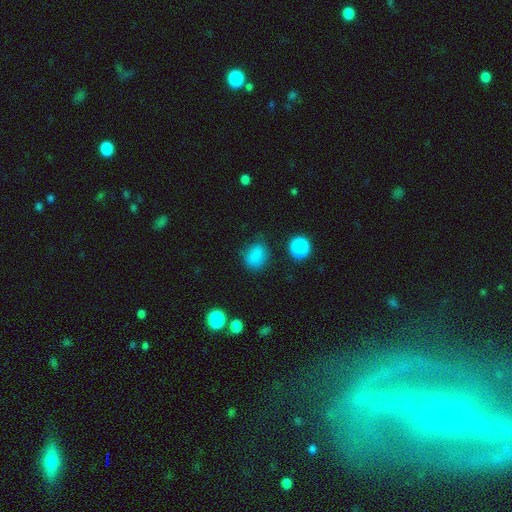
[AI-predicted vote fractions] A smooth galaxy with no disk features (81%) that is in between round and cigar-shaped (56%).

Vote fractions:
- Smooth or featured? smooth: 81% / star or artifact: 14% / featured or disk: 5%
- How rounded? in between: 56% / round: 43% / cigar-shaped: 1%
- Merging? none: 72% / minor disturbance: 20% / major disturbance: 6% / merger: 2%